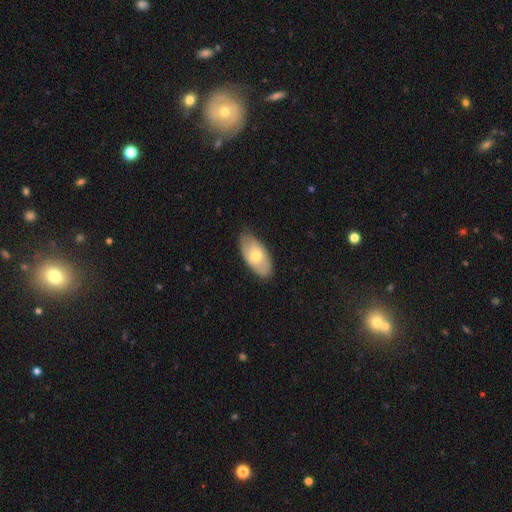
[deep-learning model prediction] Smooth or featured? Predicted: smooth (p=0.62). How rounded? Predicted: in between (p=0.92). Merging? Predicted: none (p=0.78).